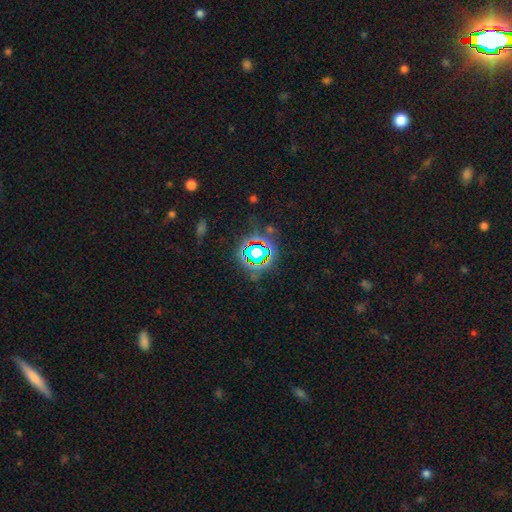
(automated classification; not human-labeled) Q: Smooth or featured?
A: star or artifact (74%); runner-up: smooth (16%)